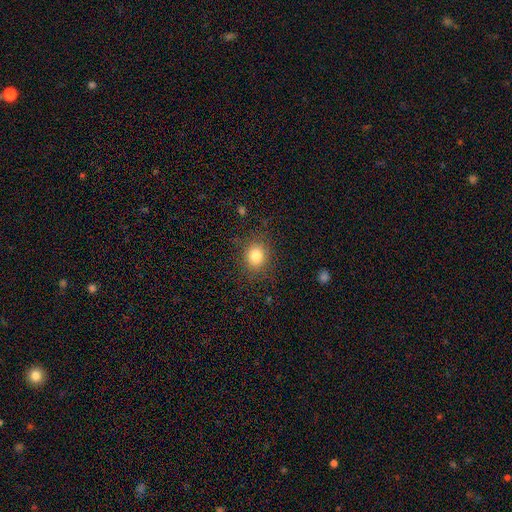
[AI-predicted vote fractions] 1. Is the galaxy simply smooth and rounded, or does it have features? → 82% smooth, 11% star or artifact, 7% featured or disk.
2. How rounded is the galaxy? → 72% round, 27% in between, 1% cigar-shaped.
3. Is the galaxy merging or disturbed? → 84% none, 11% minor disturbance, 4% major disturbance, 1% merger.